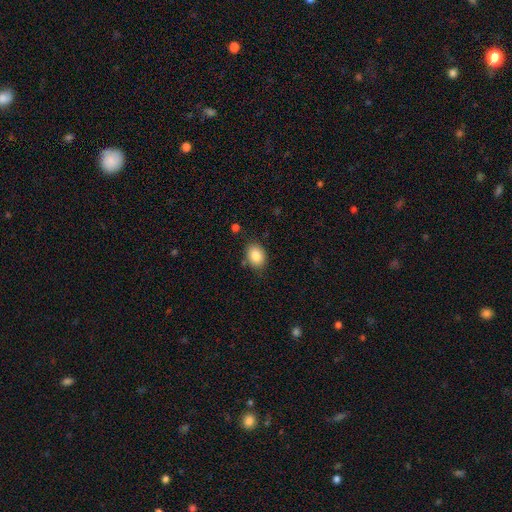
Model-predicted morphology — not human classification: Smooth or featured? Predicted: smooth (p=0.85). How rounded? Predicted: in between (p=0.67). Merging? Predicted: none (p=0.81).